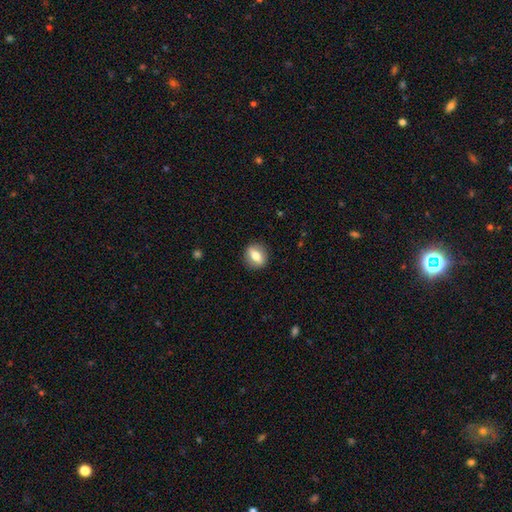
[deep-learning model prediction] Q: Smooth or featured?
A: smooth (62%); runner-up: featured or disk (31%)
Q: How rounded?
A: round (56%); runner-up: in between (41%)
Q: Merging?
A: none (88%); runner-up: minor disturbance (8%)